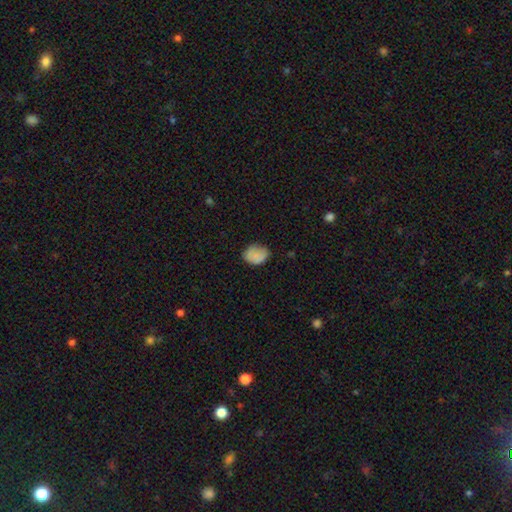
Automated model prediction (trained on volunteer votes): A smooth galaxy with no disk features (82%) that is in between round and cigar-shaped (63%).

Vote fractions:
- Smooth or featured? smooth: 82% / star or artifact: 10% / featured or disk: 8%
- How rounded? in between: 63% / round: 36% / cigar-shaped: 1%
- Merging? none: 68% / minor disturbance: 25% / major disturbance: 5% / merger: 1%